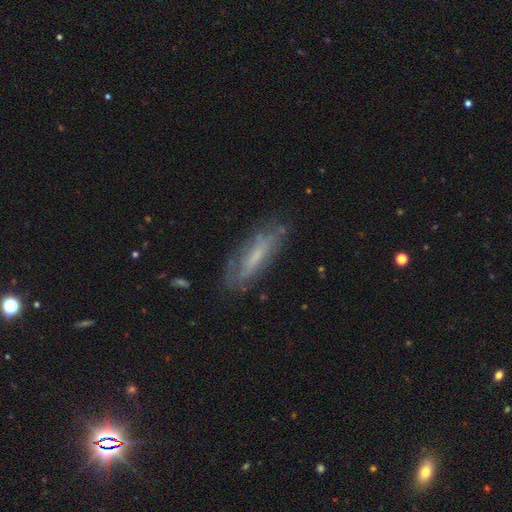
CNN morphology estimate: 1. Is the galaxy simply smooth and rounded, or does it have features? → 49% featured or disk, 43% smooth, 8% star or artifact.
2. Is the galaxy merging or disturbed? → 71% none, 20% minor disturbance, 7% major disturbance, 2% merger.